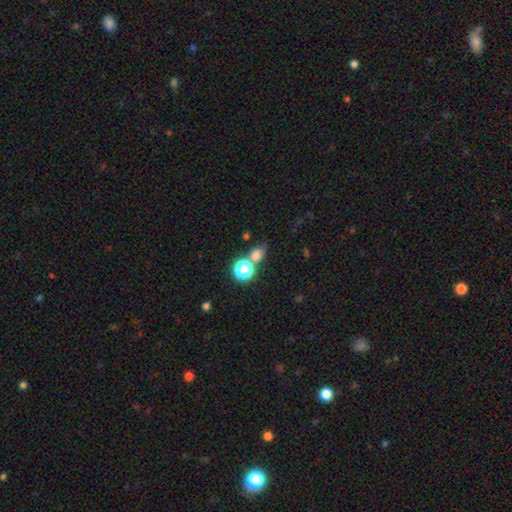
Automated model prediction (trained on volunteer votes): smooth-or-featured: smooth: 67% | star or artifact: 24% | featured or disk: 8%
  how-rounded: round: 57% | in between: 41% | cigar-shaped: 2%
  merging: none: 52% | merger: 28% | minor disturbance: 13% | major disturbance: 7%